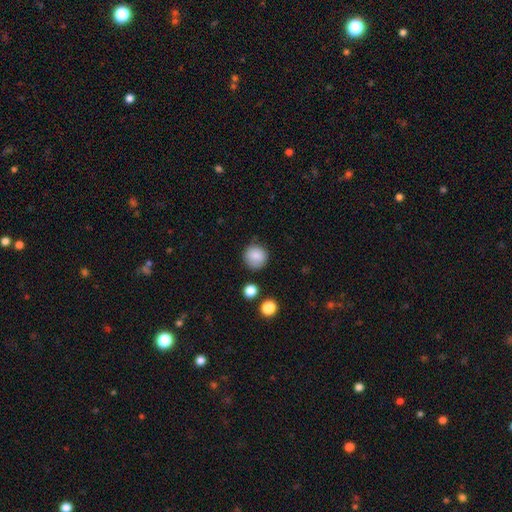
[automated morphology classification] smooth 84%, star or artifact 9%, featured or disk 7%. Down the decision tree: how rounded — round (91%); merging — none (84%).